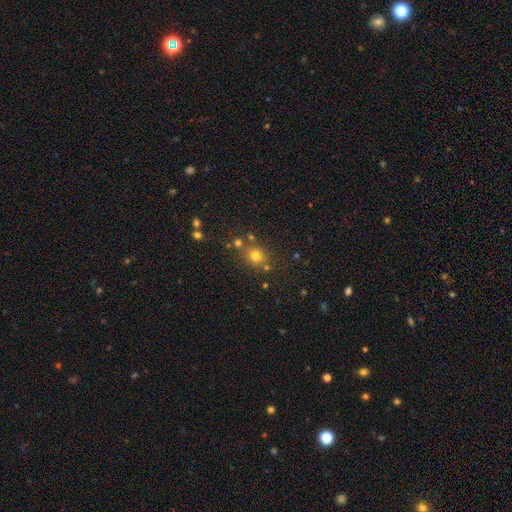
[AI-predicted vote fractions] A smooth galaxy with no disk features (74%) that is round (79%). Merging: none (74%).